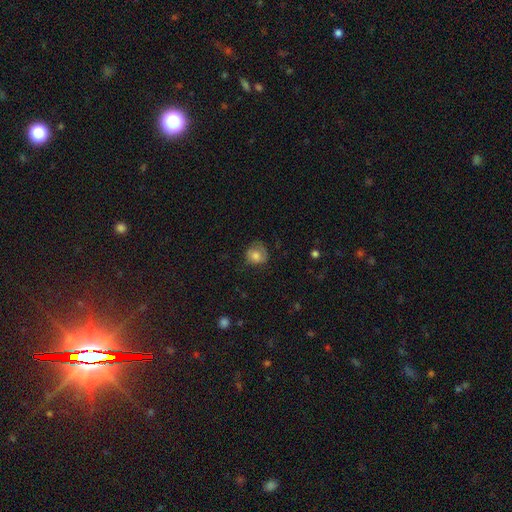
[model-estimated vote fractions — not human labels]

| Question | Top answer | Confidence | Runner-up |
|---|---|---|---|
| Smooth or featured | smooth | 74% | featured or disk (17%) |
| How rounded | round | 71% | in between (28%) |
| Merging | none | 55% | minor disturbance (28%) |